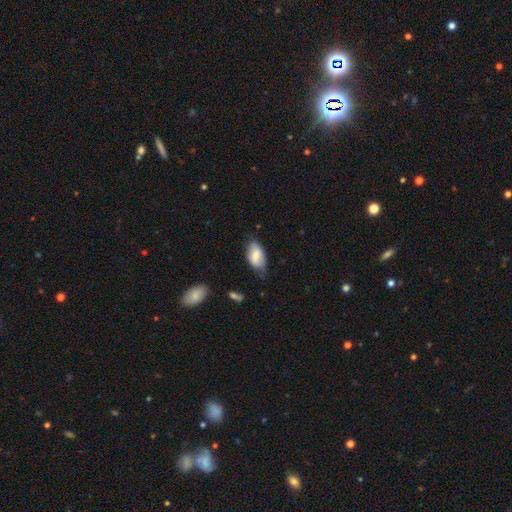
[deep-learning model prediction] Smooth or featured?
  - smooth: 73% *
  - featured or disk: 21%
  - star or artifact: 7%
How rounded?
  - in between: 93% *
  - round: 4%
  - cigar-shaped: 3%
Merging?
  - none: 62% *
  - minor disturbance: 30%
  - major disturbance: 6%
  - merger: 2%